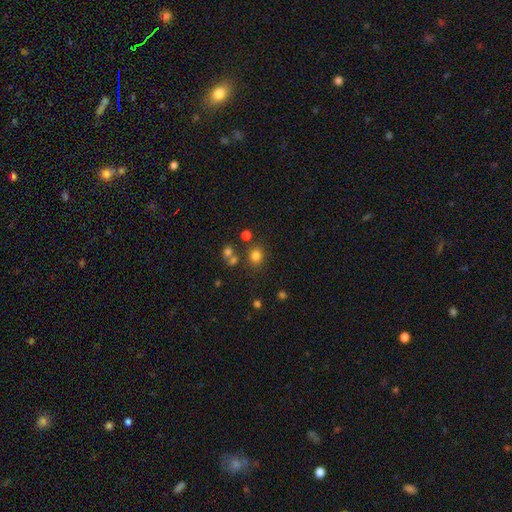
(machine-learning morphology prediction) Q: Smooth or featured?
A: smooth (77%); runner-up: star or artifact (16%)
Q: How rounded?
A: round (78%); runner-up: in between (21%)
Q: Merging?
A: none (77%); runner-up: merger (10%)